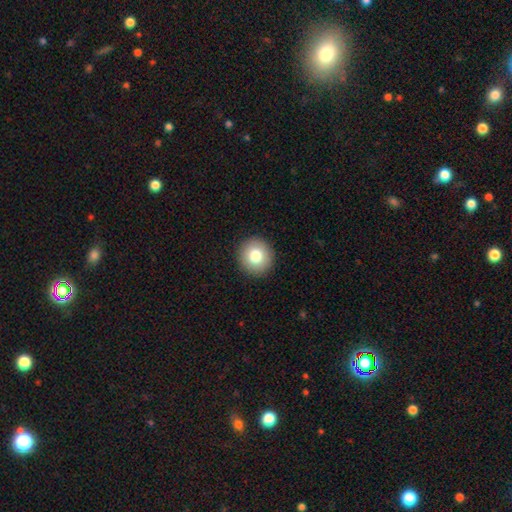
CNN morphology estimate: smooth_or_featured: smooth (p=0.80) [alt: featured or disk p=0.11]
how_rounded: round (p=0.93) [alt: in between p=0.06]
merging: none (p=0.92) [alt: minor disturbance p=0.05]